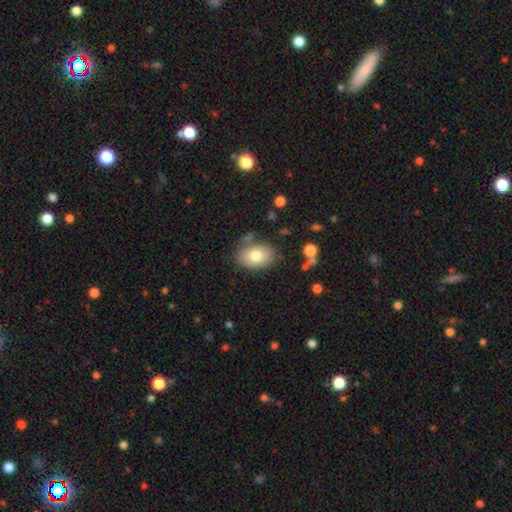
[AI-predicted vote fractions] A smooth galaxy with no disk features (77%) that is in between round and cigar-shaped (82%).

Vote fractions:
- Smooth or featured? smooth: 77% / featured or disk: 15% / star or artifact: 8%
- How rounded? in between: 82% / round: 17% / cigar-shaped: 1%
- Merging? none: 74% / minor disturbance: 16% / merger: 5% / major disturbance: 5%